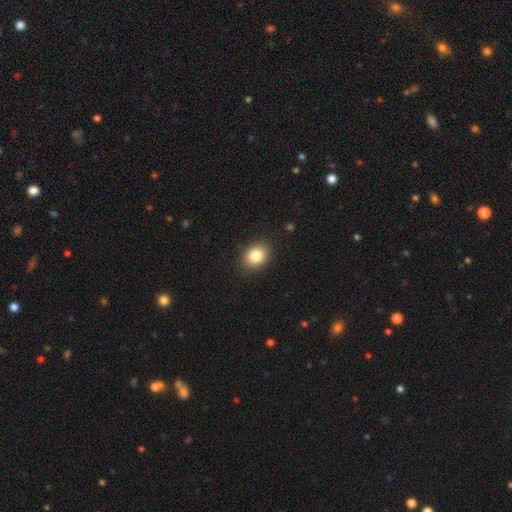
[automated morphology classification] Q: Smooth or featured?
A: smooth (83%); runner-up: star or artifact (10%)
Q: How rounded?
A: in between (54%); runner-up: round (45%)
Q: Merging?
A: none (87%); runner-up: minor disturbance (9%)